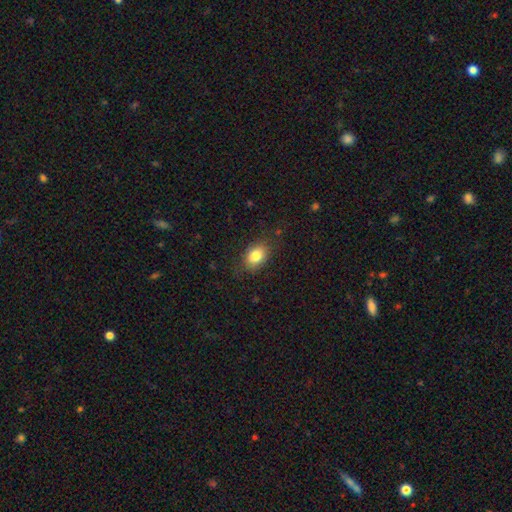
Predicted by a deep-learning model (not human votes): The model was most divided on "how rounded": in between: 79%, round: 19%, cigar-shaped: 1%. More confident: smooth or featured — smooth (82%); merging — none (81%).